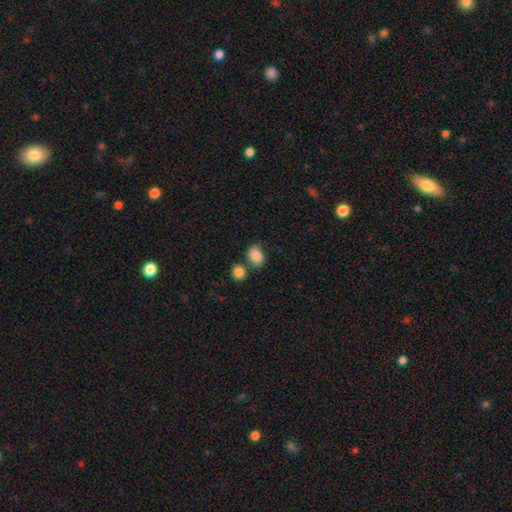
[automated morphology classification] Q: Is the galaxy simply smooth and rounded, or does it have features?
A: smooth — 81%.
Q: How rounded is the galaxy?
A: in between — 67%.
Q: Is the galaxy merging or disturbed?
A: none — 49%.